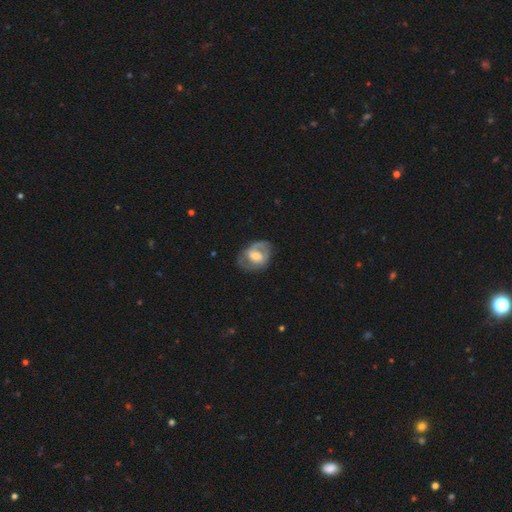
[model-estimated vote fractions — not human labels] A featured or disk galaxy (57%) with a weak bar (42%), spiral arms (60%) and a moderate central bulge (49%). Merging: none (63%).